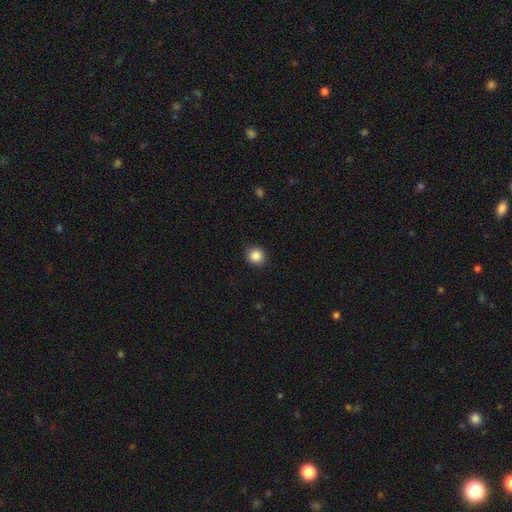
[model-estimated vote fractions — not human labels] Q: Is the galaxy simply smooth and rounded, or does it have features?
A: smooth — 87%.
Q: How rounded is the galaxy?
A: round — 90%.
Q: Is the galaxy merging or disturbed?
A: none — 91%.